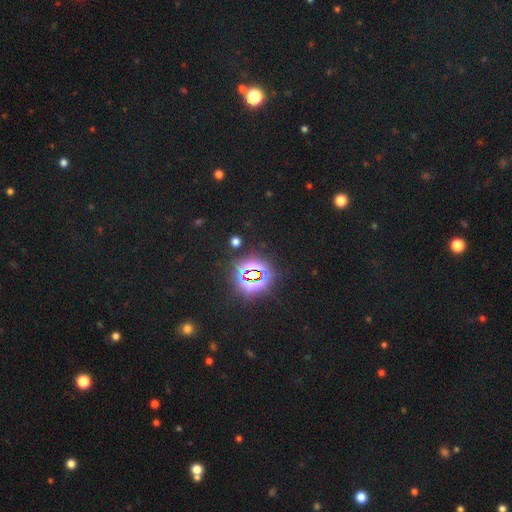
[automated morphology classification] Overall: star or artifact (74%).